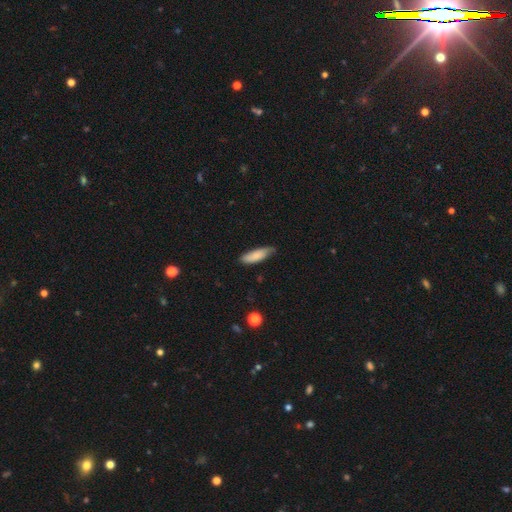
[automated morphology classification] Overall: smooth (81%). How rounded: in between (56%; cigar-shaped 43%). Merging: none (65%; minor disturbance 29%).